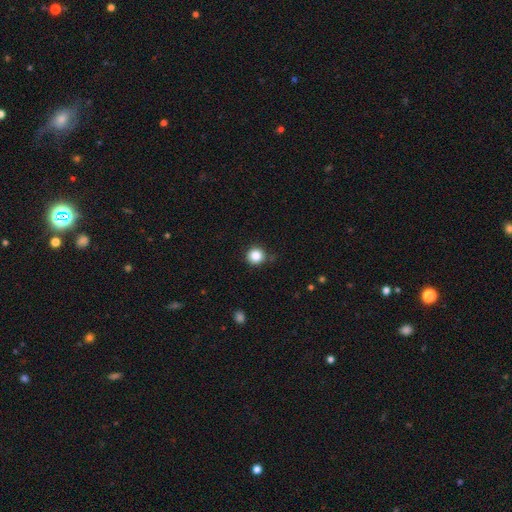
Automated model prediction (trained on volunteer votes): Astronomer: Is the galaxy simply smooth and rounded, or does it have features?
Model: smooth — 85%.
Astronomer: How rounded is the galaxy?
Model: round — 94%.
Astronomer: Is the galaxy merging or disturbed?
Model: none — 82%.